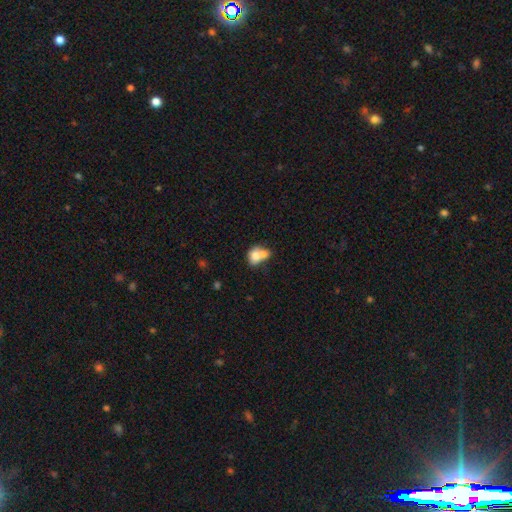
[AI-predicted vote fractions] Q: Smooth or featured?
A: smooth (70%); runner-up: featured or disk (21%)
Q: How rounded?
A: in between (51%); runner-up: round (48%)
Q: Merging?
A: merger (68%); runner-up: none (20%)